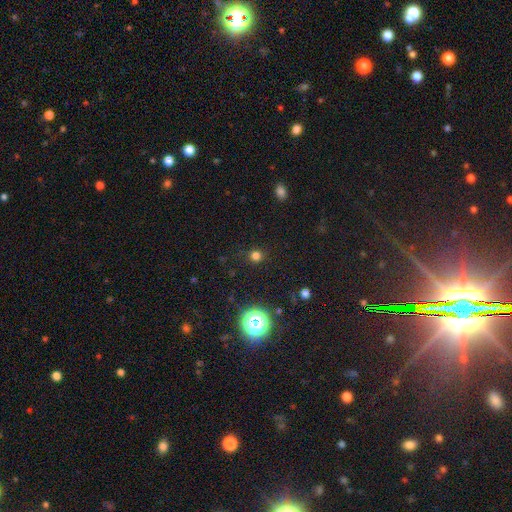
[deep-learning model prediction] Morphology: type=smooth (72%); roundness=round (93%); merging=none (88%).